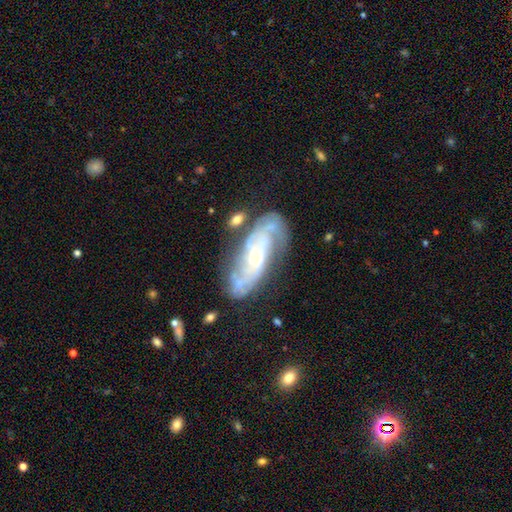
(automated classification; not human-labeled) smooth_or_featured: featured or disk (p=0.83) [alt: smooth p=0.10]
disk_edge_on: no (p=0.91) [alt: yes p=0.09]
bar: no (p=0.64) [alt: weak p=0.26]
has_spiral_arms: yes (p=0.93) [alt: no p=0.07]
spiral_winding: tight (p=0.51) [alt: medium p=0.36]
spiral_arm_count: 2 (p=0.44) [alt: can't tell p=0.29]
bulge_size: small (p=0.74) [alt: moderate p=0.21]
merging: none (p=0.65) [alt: minor disturbance p=0.20]